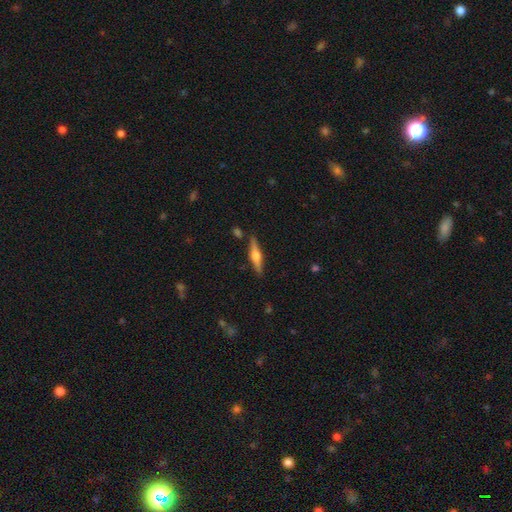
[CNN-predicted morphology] Smooth or featured? Predicted: featured or disk (p=0.68). Edge-on disk? Predicted: yes (p=0.97). Edge-on bulge? Predicted: rounded (p=0.92). Merging? Predicted: none (p=0.86).